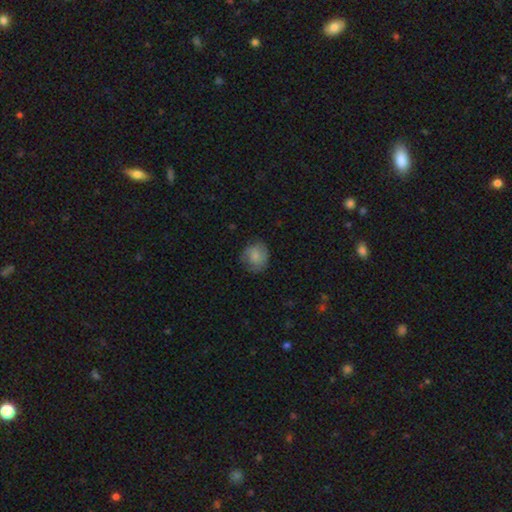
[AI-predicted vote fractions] Smooth or featured? Predicted: smooth (p=0.78). How rounded? Predicted: round (p=0.80). Merging? Predicted: none (p=0.72).